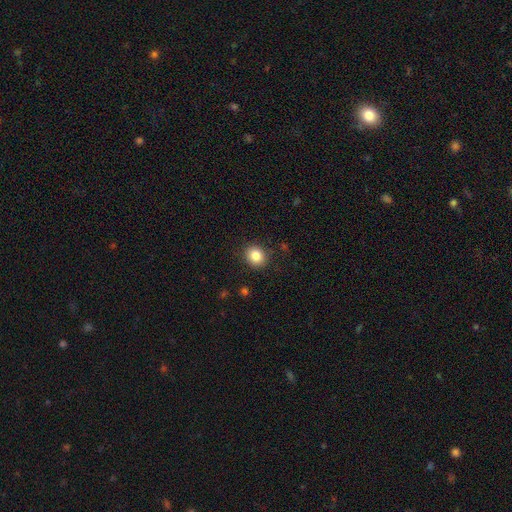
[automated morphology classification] smooth_or_featured: smooth (p=0.85) [alt: star or artifact p=0.10]
how_rounded: round (p=0.78) [alt: in between p=0.21]
merging: none (p=0.89) [alt: minor disturbance p=0.08]